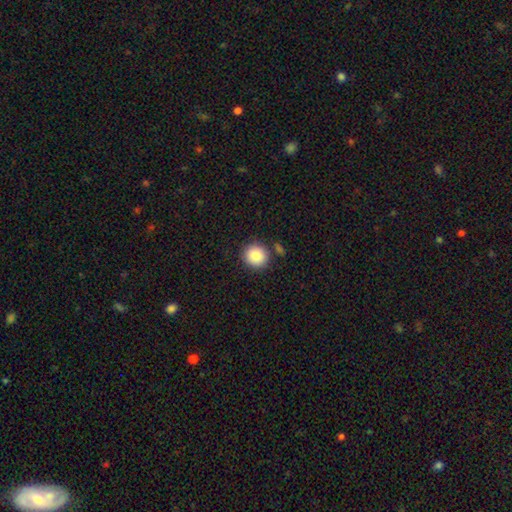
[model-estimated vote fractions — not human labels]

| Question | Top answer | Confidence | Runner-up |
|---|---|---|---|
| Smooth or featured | smooth | 86% | star or artifact (8%) |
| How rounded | round | 91% | in between (8%) |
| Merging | none | 83% | minor disturbance (8%) |